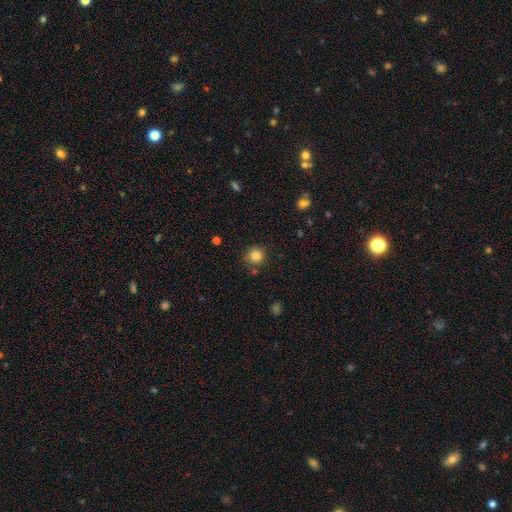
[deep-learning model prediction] Smooth or featured: smooth — 84% (star or artifact — 11%)
How rounded: round — 91% (in between — 8%)
Merging: none — 80% (minor disturbance — 11%)